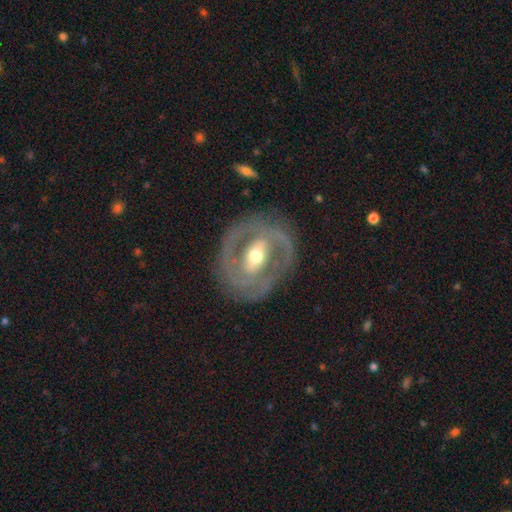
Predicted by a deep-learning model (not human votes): Smooth or featured? Predicted: featured or disk (p=0.81). Edge-on disk? Predicted: no (p=0.95). Bar? Predicted: strong (p=0.41). Spiral arms? Predicted: yes (p=0.68). Spiral winding? Predicted: tight (p=0.53). Spiral arm count? Predicted: 2 (p=0.66). Bulge size? Predicted: moderate (p=0.70). Merging? Predicted: none (p=0.77).